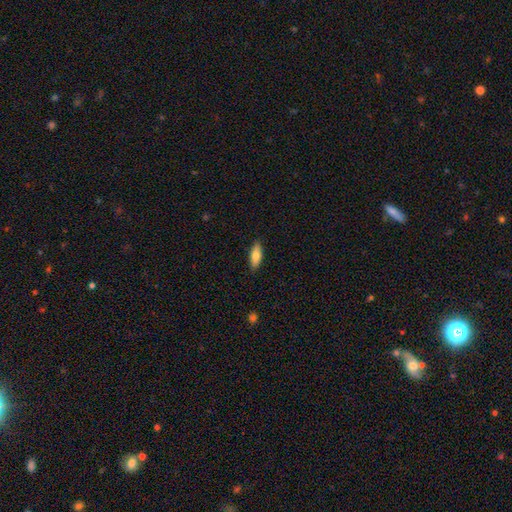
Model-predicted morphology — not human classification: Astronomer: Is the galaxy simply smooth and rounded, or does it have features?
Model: smooth — 77%.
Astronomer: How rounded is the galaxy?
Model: in between — 67%.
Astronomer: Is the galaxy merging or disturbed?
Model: none — 88%.